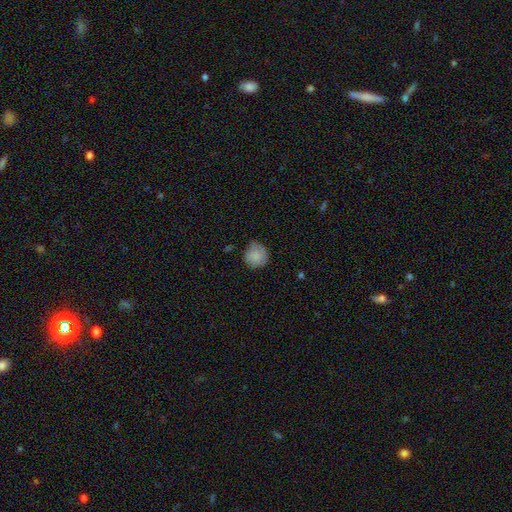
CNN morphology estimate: A smooth galaxy with no disk features (83%) that is round (89%). Merging: none (67%).